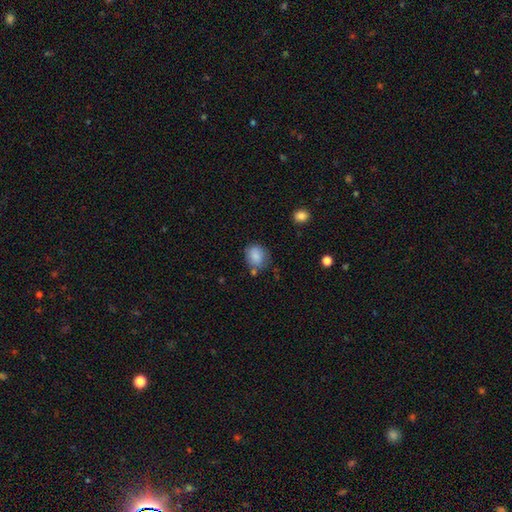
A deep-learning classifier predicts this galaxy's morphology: smooth_or_featured: smooth (p=0.85) [alt: star or artifact p=0.08]
how_rounded: round (p=0.63) [alt: in between p=0.36]
merging: none (p=0.64) [alt: minor disturbance p=0.22]